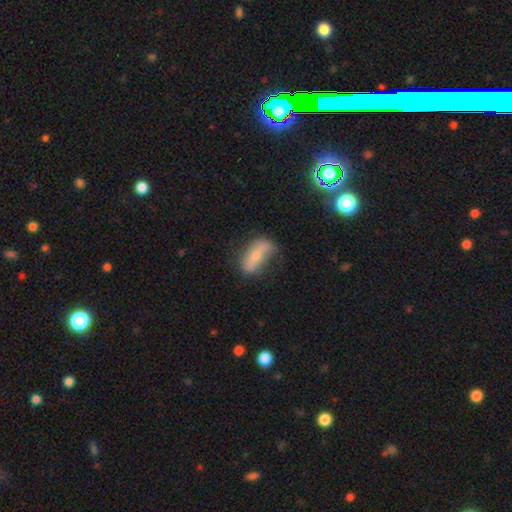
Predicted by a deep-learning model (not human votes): smooth 51%, featured or disk 40%, star or artifact 9%. Down the decision tree: how rounded — in between (75%); merging — none (56%).